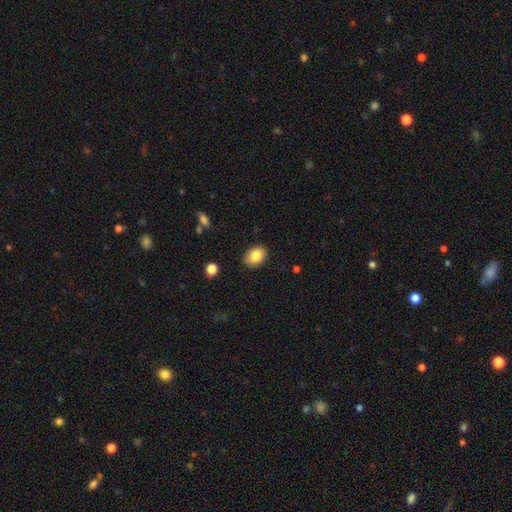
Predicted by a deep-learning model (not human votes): Q: Smooth or featured?
A: smooth (84%); runner-up: featured or disk (8%)
Q: How rounded?
A: in between (79%); runner-up: round (20%)
Q: Merging?
A: none (85%); runner-up: minor disturbance (11%)